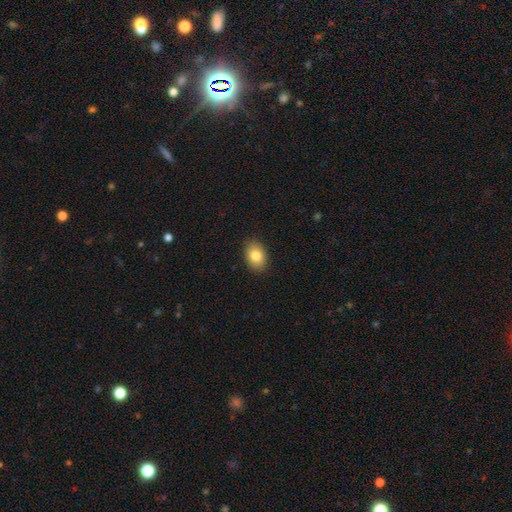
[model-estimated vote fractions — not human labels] Morphology: type=smooth (83%); roundness=in between (83%); merging=none (89%).